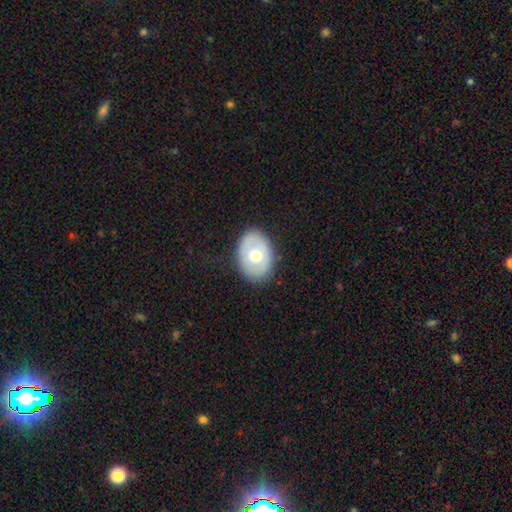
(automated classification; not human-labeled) The model was most divided on "smooth or featured": smooth: 59%, featured or disk: 35%, star or artifact: 6%. More confident: merging — none (85%); how rounded — in between (74%).